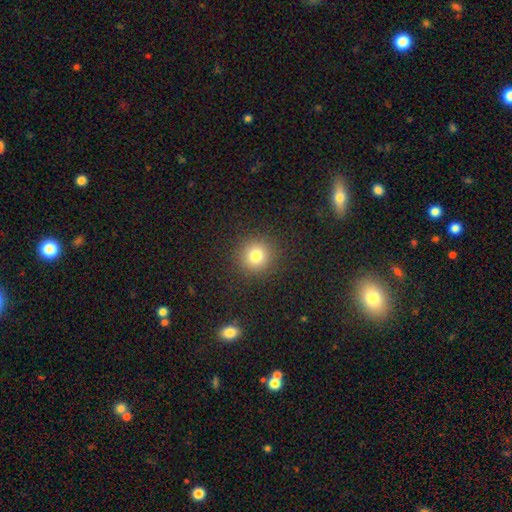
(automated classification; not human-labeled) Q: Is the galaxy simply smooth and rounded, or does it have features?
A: smooth — 78%.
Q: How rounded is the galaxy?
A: round — 93%.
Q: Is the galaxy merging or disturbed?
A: none — 91%.